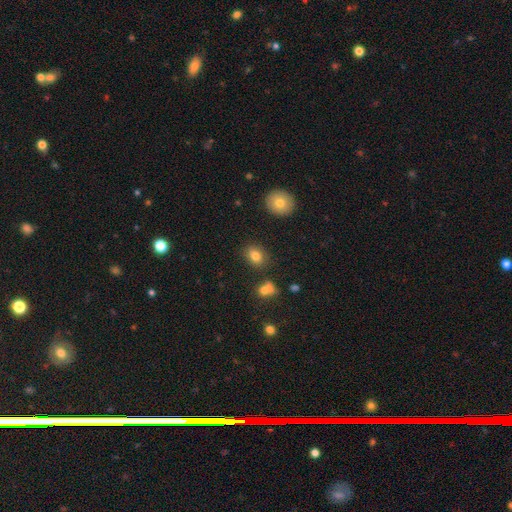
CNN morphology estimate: smooth_or_featured: smooth (p=0.80) [alt: star or artifact p=0.11]
how_rounded: in between (p=0.63) [alt: round p=0.35]
merging: none (p=0.81) [alt: minor disturbance p=0.11]